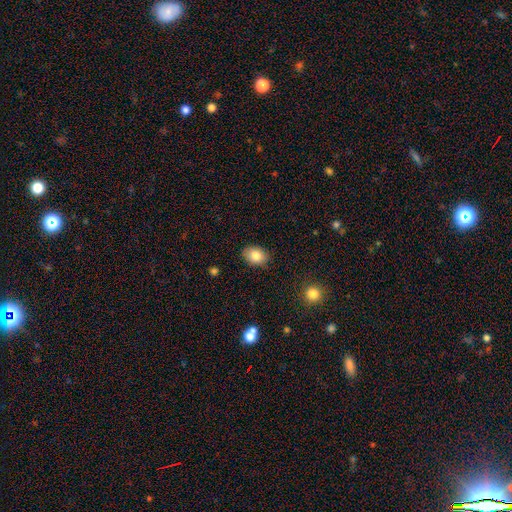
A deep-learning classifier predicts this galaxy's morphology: smooth_or_featured: smooth (p=0.83) [alt: featured or disk p=0.09]
how_rounded: in between (p=0.76) [alt: round p=0.23]
merging: none (p=0.87) [alt: minor disturbance p=0.10]